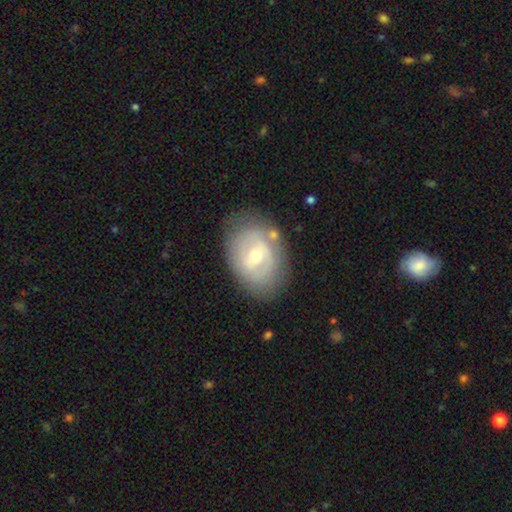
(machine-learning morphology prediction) The model was most divided on "spiral arms": no: 52%, yes: 48%. More confident: edge-on disk — no (94%); merging — none (74%); smooth or featured — featured or disk (61%); bulge size — moderate (56%); bar — weak (50%).